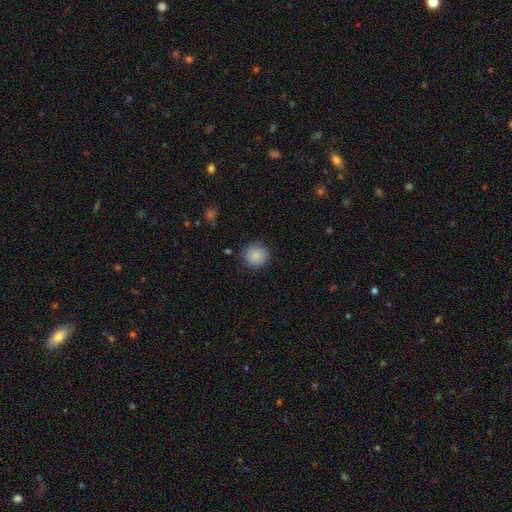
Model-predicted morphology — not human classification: smooth_or_featured: smooth (p=0.87) [alt: star or artifact p=0.08]
how_rounded: round (p=0.93) [alt: in between p=0.06]
merging: none (p=0.86) [alt: minor disturbance p=0.10]